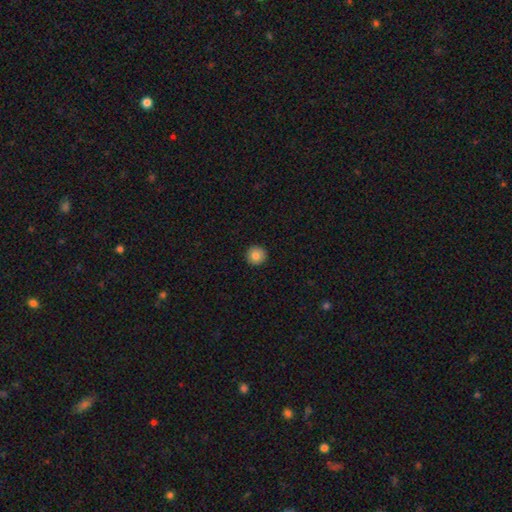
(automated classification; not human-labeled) Smooth or featured?
  - smooth: 83% *
  - star or artifact: 9%
  - featured or disk: 8%
How rounded?
  - round: 95% *
  - in between: 4%
  - cigar-shaped: 1%
Merging?
  - none: 92% *
  - minor disturbance: 5%
  - major disturbance: 1%
  - merger: 1%